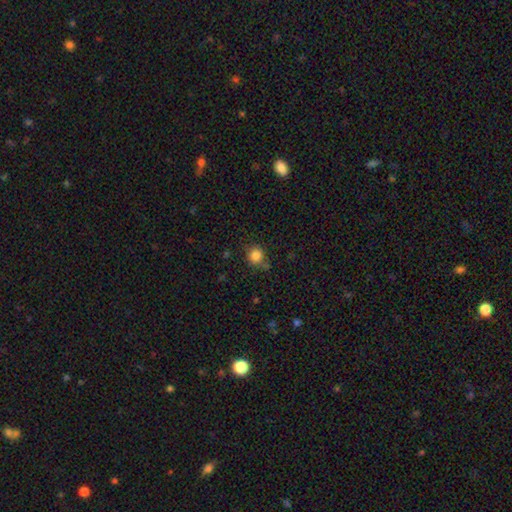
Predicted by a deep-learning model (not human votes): This appears to be a smooth galaxy with no disk features (83%) that is round (88%). Merging: none (71%).